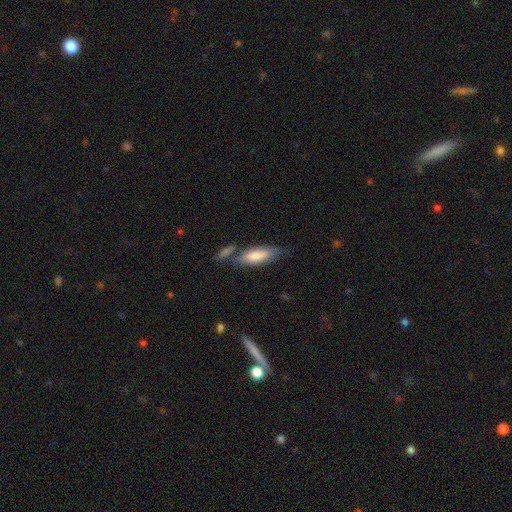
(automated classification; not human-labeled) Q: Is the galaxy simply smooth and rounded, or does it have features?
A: smooth — 71%.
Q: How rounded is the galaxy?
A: cigar-shaped — 50%.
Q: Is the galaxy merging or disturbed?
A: none — 58%.